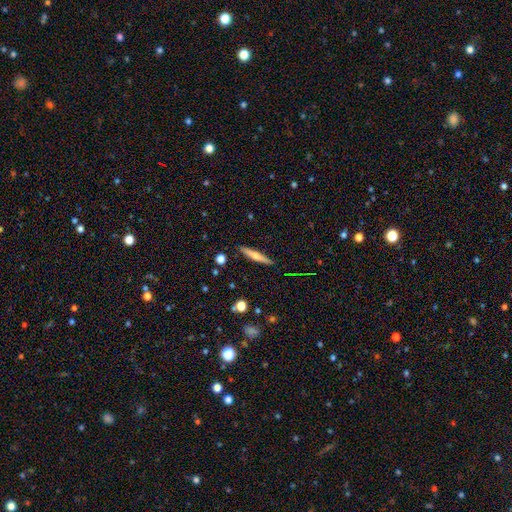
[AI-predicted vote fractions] Smooth or featured: featured or disk — 47% (smooth — 46%)
Merging: none — 90% (minor disturbance — 7%)